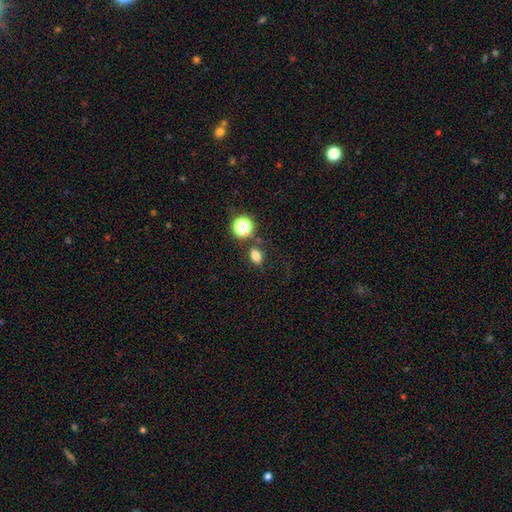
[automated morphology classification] A smooth galaxy with no disk features (74%) that is in between round and cigar-shaped (72%). Merging: none (77%).